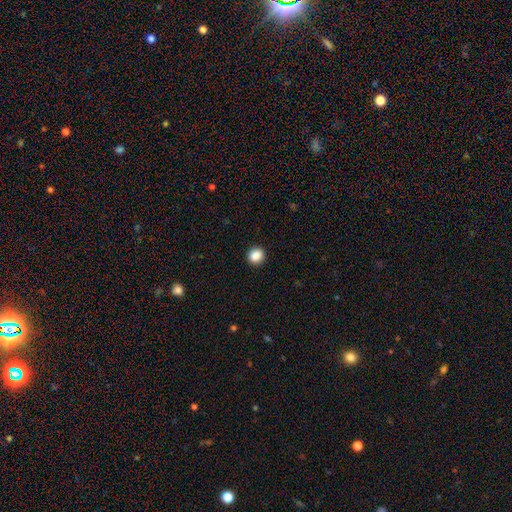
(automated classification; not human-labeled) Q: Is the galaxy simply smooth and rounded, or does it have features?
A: smooth — 87%.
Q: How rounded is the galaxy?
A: round — 86%.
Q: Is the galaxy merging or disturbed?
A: none — 93%.